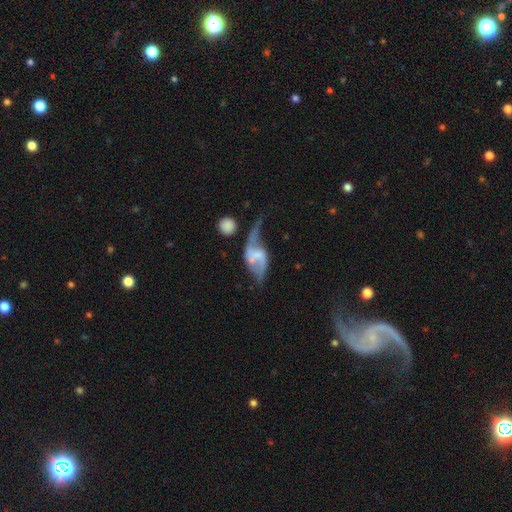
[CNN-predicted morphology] featured or disk 79%, smooth 14%, star or artifact 6%. Down the decision tree: edge-on disk — no (95%); bar — weak (43%); spiral arms — yes (86%); spiral arm count — 2 (87%); spiral winding — loose (81%); bulge size — small (35%, tied with none); merging — none (34%).